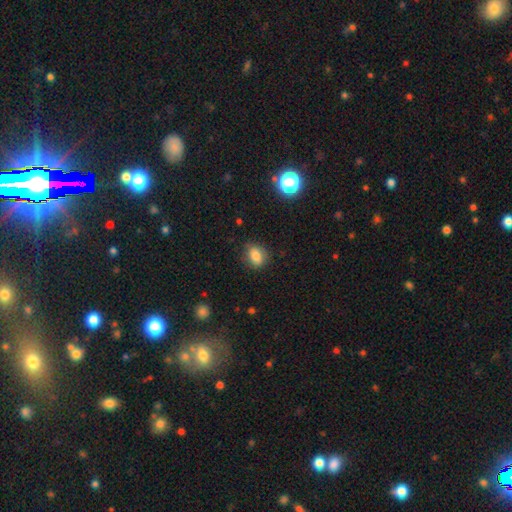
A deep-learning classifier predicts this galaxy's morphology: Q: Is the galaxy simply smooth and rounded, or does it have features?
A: smooth — 80%.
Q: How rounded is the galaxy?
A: in between — 53%.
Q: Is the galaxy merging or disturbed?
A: none — 78%.